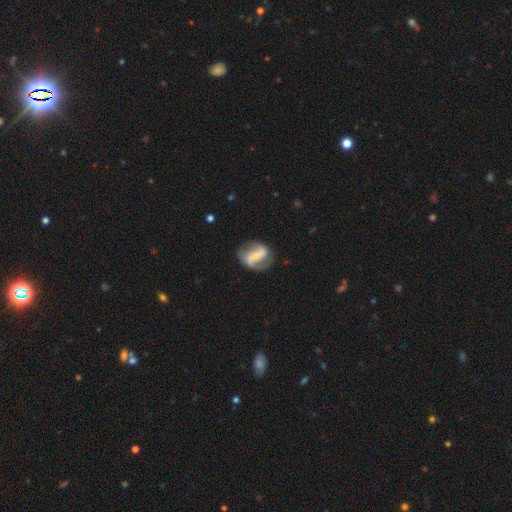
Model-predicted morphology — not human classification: Smooth or featured: featured or disk — 76% (smooth — 18%)
Edge-on disk: no — 97% (yes — 3%)
Bar: strong — 48% (weak — 33%)
Spiral arms: yes — 88% (no — 12%)
Spiral winding: loose — 56% (medium — 31%)
Spiral arm count: 2 — 88% (can't tell — 5%)
Bulge size: small — 51% (moderate — 25%)
Merging: none — 72% (minor disturbance — 18%)